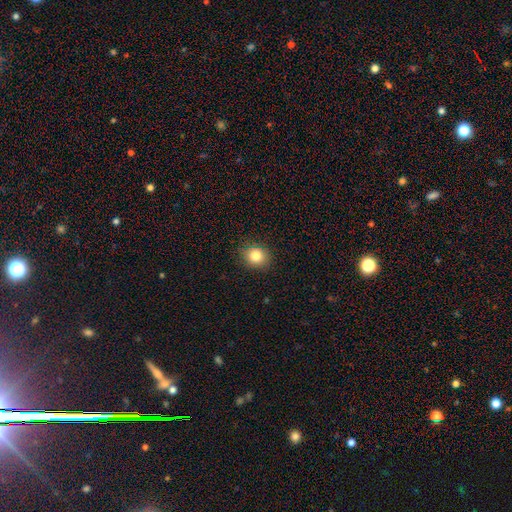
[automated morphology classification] Smooth or featured: smooth — 83% (star or artifact — 11%)
How rounded: round — 75% (in between — 24%)
Merging: none — 88% (minor disturbance — 8%)